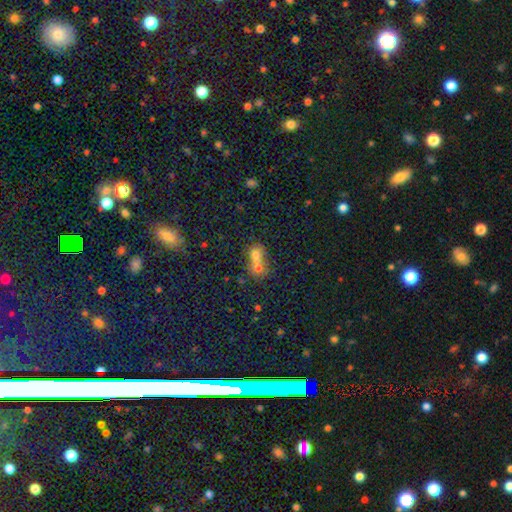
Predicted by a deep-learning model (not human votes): The model was most divided on "how rounded": round: 57%, in between: 41%, cigar-shaped: 2%. More confident: merging — merger (68%); smooth or featured — smooth (62%).